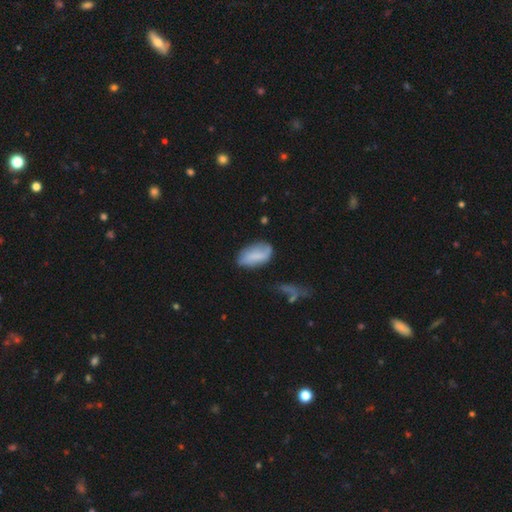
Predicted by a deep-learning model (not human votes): The model was most divided on "merging": none: 57%, minor disturbance: 29%, major disturbance: 10%, merger: 4%. More confident: how rounded — in between (92%); smooth or featured — smooth (66%).